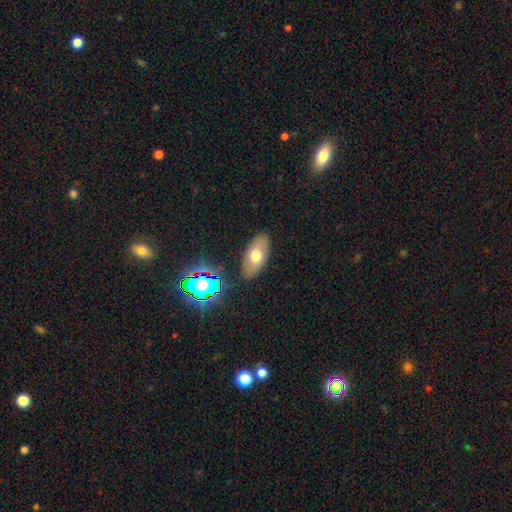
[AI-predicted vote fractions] Smooth or featured: smooth — 65% (featured or disk — 25%)
How rounded: in between — 91% (cigar-shaped — 5%)
Merging: none — 84% (minor disturbance — 11%)